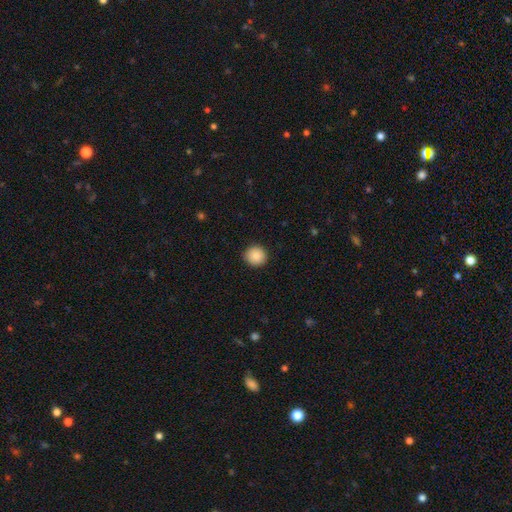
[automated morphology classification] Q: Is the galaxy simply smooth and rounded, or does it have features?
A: smooth — 88%.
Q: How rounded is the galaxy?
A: round — 93%.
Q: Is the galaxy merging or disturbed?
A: none — 92%.